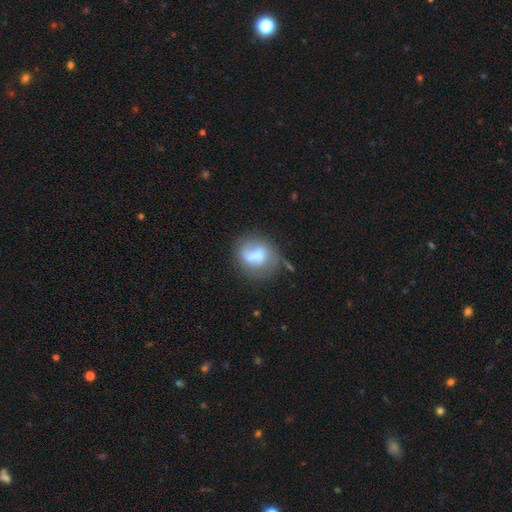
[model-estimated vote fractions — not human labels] smooth-or-featured: smooth: 63% | featured or disk: 28% | star or artifact: 9%
  how-rounded: round: 60% | in between: 38% | cigar-shaped: 2%
  merging: none: 46% | minor disturbance: 26% | major disturbance: 17% | merger: 11%